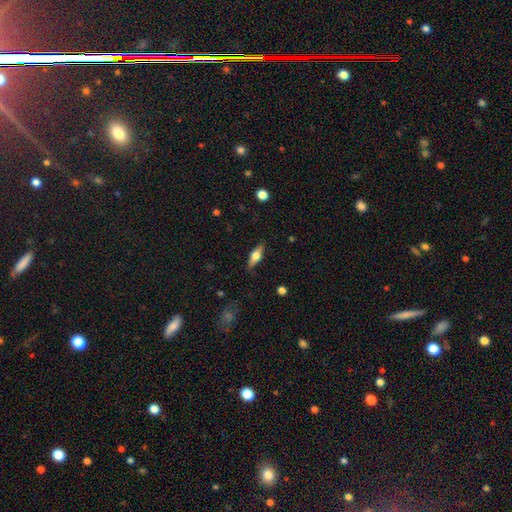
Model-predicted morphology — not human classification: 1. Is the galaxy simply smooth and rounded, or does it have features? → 50% smooth, 43% featured or disk, 7% star or artifact.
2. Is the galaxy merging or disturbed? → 82% none, 14% minor disturbance, 3% major disturbance, 1% merger.